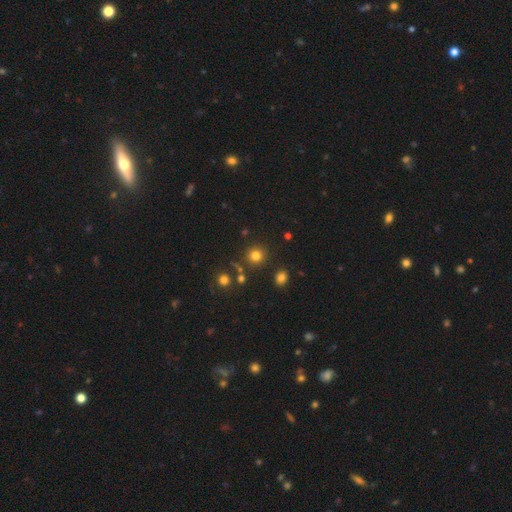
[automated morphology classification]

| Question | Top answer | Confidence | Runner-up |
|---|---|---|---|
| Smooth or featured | smooth | 78% | star or artifact (16%) |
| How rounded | round | 92% | in between (7%) |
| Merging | none | 85% | minor disturbance (7%) |